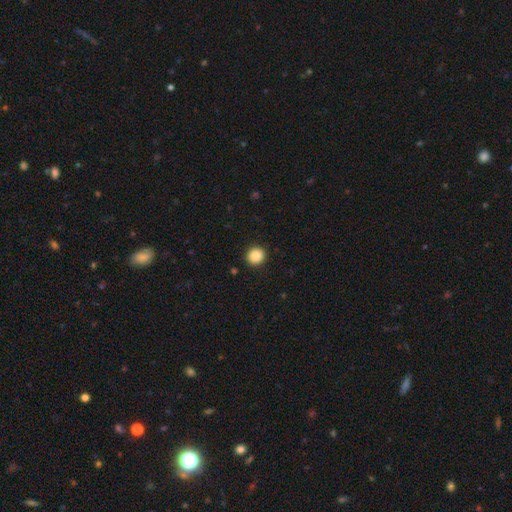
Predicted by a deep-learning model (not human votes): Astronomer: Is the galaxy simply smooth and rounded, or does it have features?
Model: smooth — 89%.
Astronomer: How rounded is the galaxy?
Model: round — 89%.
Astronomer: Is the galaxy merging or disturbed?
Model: none — 91%.